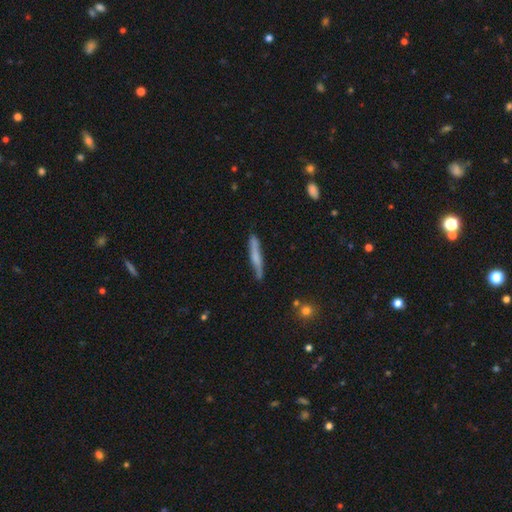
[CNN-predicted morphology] This is possibly a smooth galaxy (50%). How rounded: clearly cigar-shaped (94%). Merging: clearly none (81%).